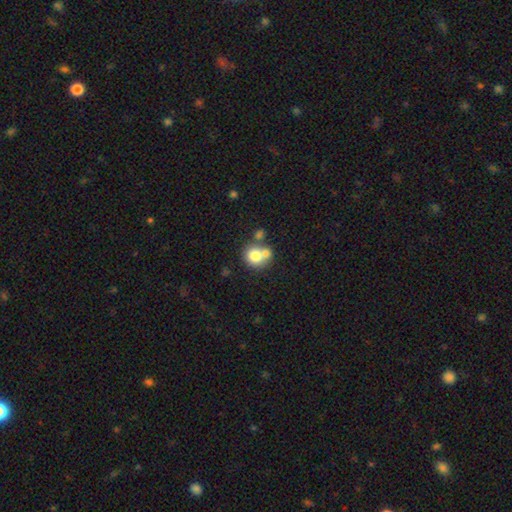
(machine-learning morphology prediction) Smooth or featured? smooth (75%)
How rounded? round (82%)
Merging? none (45%)